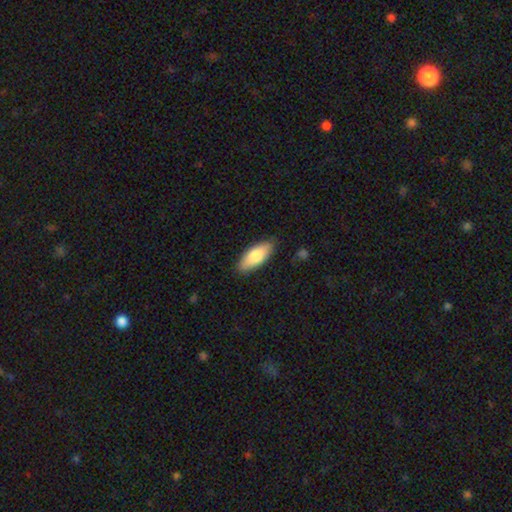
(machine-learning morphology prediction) A smooth galaxy with no disk features (79%) that is in between round and cigar-shaped (79%).

Vote fractions:
- Smooth or featured? smooth: 79% / featured or disk: 15% / star or artifact: 5%
- How rounded? in between: 79% / cigar-shaped: 19% / round: 2%
- Merging? none: 86% / minor disturbance: 11% / major disturbance: 2% / merger: 1%